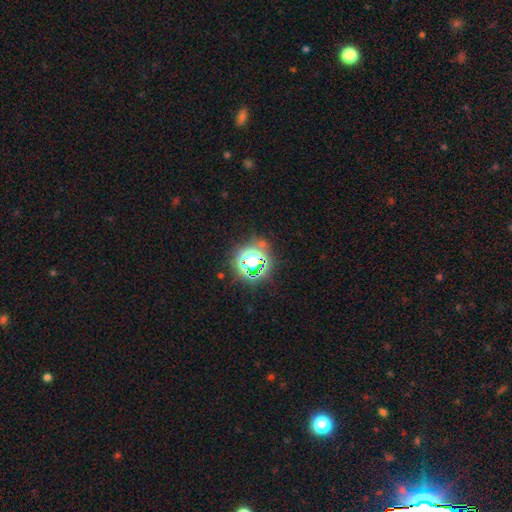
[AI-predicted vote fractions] star or artifact 75%, smooth 18%, featured or disk 7%.